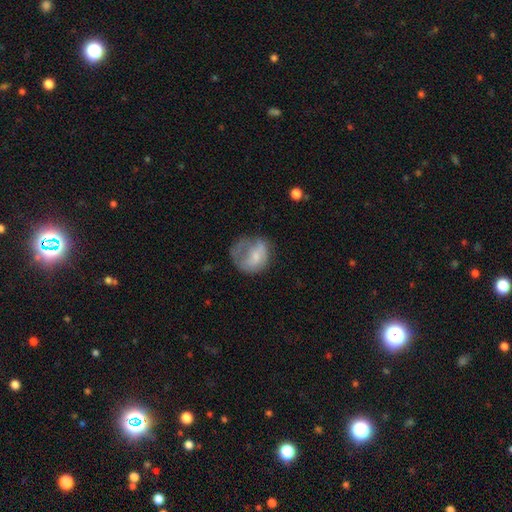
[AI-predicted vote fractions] A smooth galaxy with no disk features (59%) that is round (63%). Merging: major disturbance (39%).